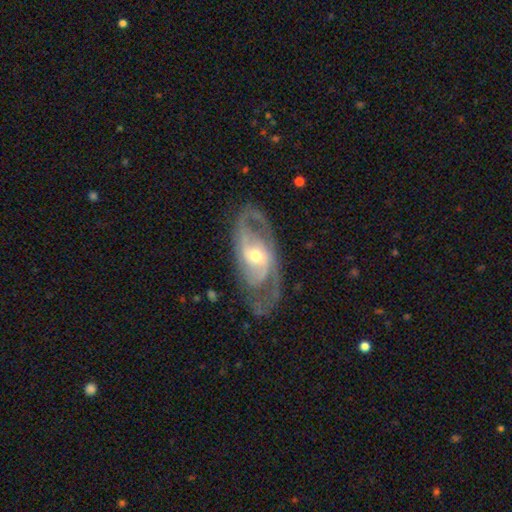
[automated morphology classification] smooth_or_featured: featured or disk (p=0.86) [alt: smooth p=0.09]
disk_edge_on: no (p=0.93) [alt: yes p=0.07]
bar: no (p=0.50) [alt: weak p=0.35]
has_spiral_arms: yes (p=0.91) [alt: no p=0.09]
spiral_winding: medium (p=0.48) [alt: tight p=0.33]
spiral_arm_count: 2 (p=0.73) [alt: can't tell p=0.13]
bulge_size: moderate (p=0.61) [alt: small p=0.33]
merging: none (p=0.72) [alt: minor disturbance p=0.17]